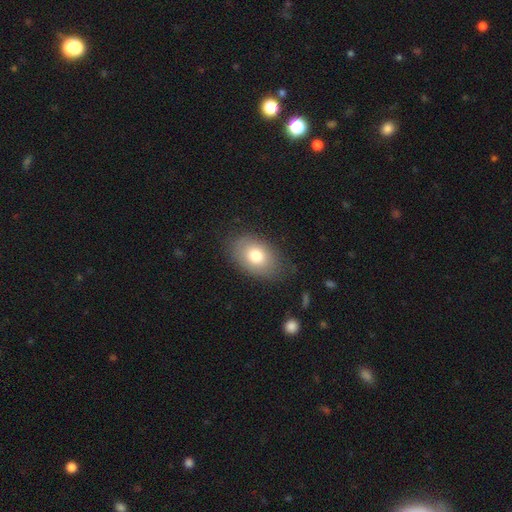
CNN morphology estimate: Smooth or featured?
  - smooth: 77% *
  - featured or disk: 15%
  - star or artifact: 8%
How rounded?
  - in between: 83% *
  - round: 16%
  - cigar-shaped: 1%
Merging?
  - none: 77% *
  - minor disturbance: 16%
  - major disturbance: 5%
  - merger: 1%